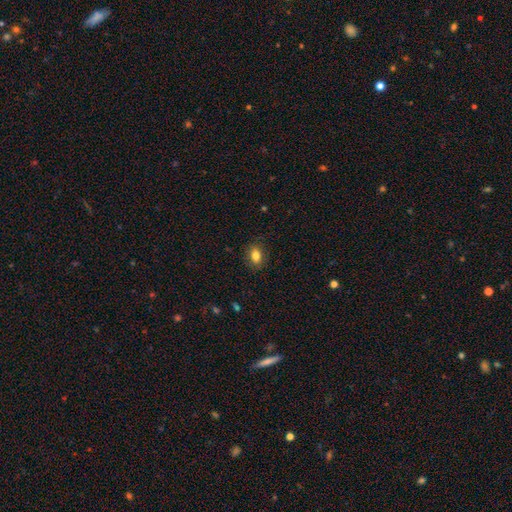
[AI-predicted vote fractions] This appears to be a smooth galaxy with no disk features (82%) that is in between round and cigar-shaped (76%). Merging: none (86%).